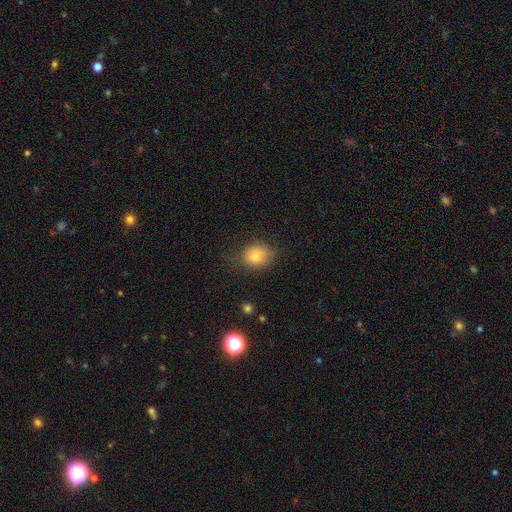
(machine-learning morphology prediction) smooth 79%, star or artifact 11%, featured or disk 11%. Down the decision tree: how rounded — round (51%); merging — none (72%).